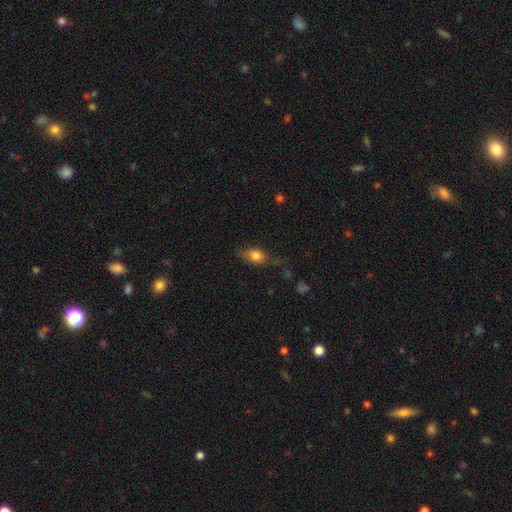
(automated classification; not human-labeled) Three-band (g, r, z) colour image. It shows a smooth galaxy with no disk features (76%) that is in between round and cigar-shaped (72%). Merging: none (56%).